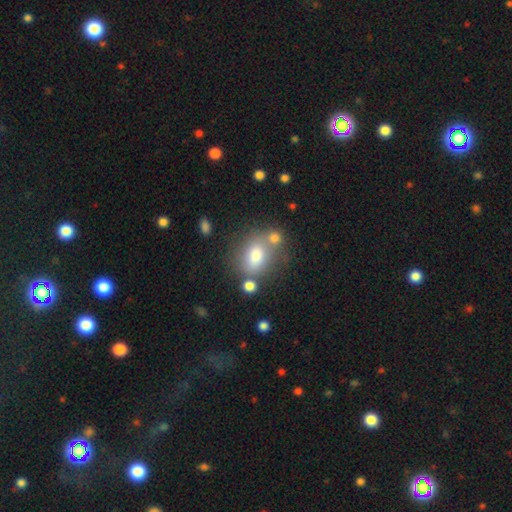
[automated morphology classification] Smooth or featured?
  - smooth: 75% *
  - featured or disk: 14%
  - star or artifact: 11%
How rounded?
  - in between: 66% *
  - round: 32%
  - cigar-shaped: 2%
Merging?
  - none: 54% *
  - merger: 23%
  - minor disturbance: 16%
  - major disturbance: 7%